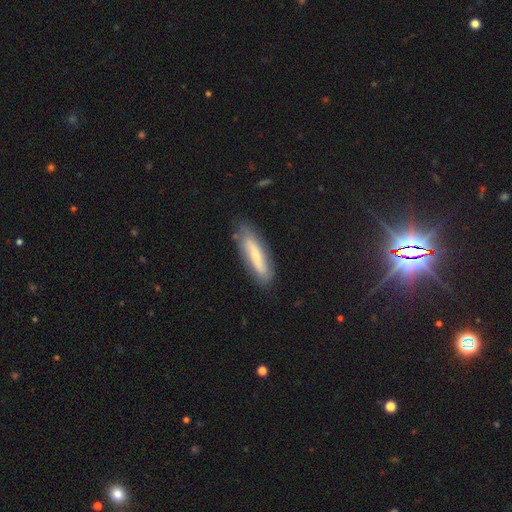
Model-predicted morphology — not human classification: This is possibly a smooth galaxy (55%). How rounded: likely cigar-shaped (70%). Merging: likely none (78%).